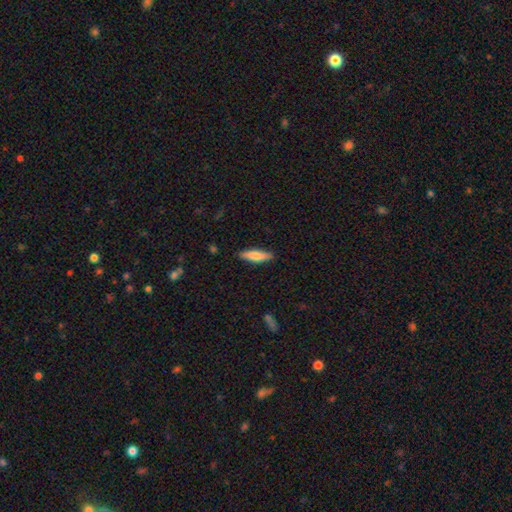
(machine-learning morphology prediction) This appears to be a smooth galaxy with no disk features (73%) that is cigar-shaped (67%). Merging: none (87%).